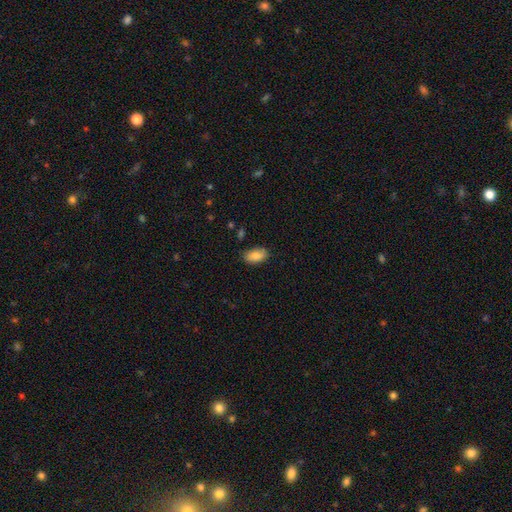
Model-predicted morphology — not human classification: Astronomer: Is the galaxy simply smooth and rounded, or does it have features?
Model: smooth — 86%.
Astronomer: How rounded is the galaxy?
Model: in between — 94%.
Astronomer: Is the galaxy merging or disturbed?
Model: none — 81%.